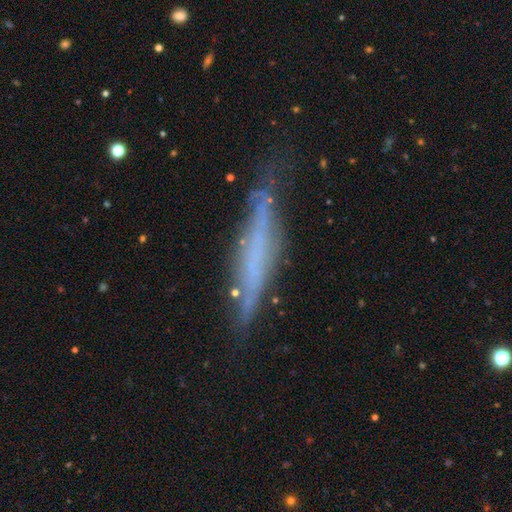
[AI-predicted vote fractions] Smooth or featured? featured or disk (62%)
Edge-on disk? yes (87%)
Edge-on bulge? none (73%)
Merging? none (68%)